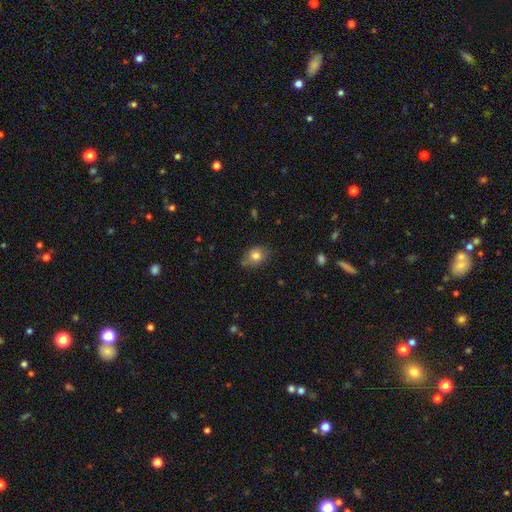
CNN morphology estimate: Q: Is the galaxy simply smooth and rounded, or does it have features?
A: smooth — 80%.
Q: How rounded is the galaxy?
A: in between — 56%.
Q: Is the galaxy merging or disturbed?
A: none — 69%.